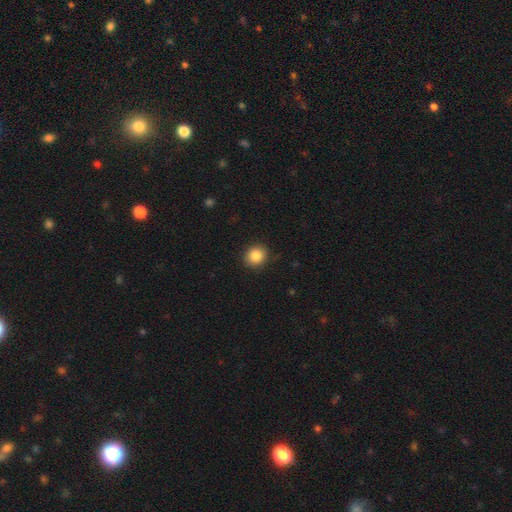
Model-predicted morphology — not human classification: smooth-or-featured: smooth: 87% | star or artifact: 9% | featured or disk: 4%
  how-rounded: round: 82% | in between: 17% | cigar-shaped: 1%
  merging: none: 89% | minor disturbance: 8% | major disturbance: 2% | merger: 1%